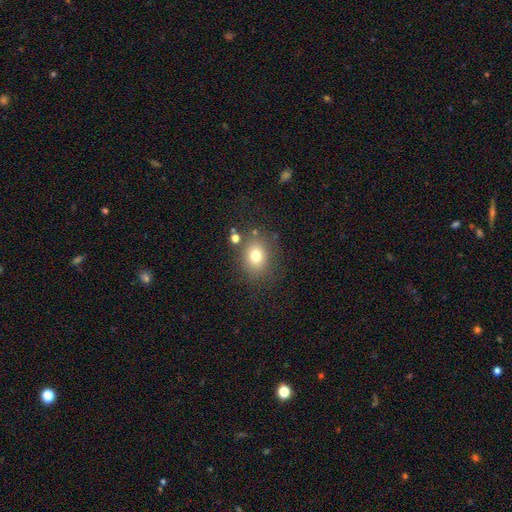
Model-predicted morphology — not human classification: type=smooth (76%); roundness=round (52%); merging=none (77%).